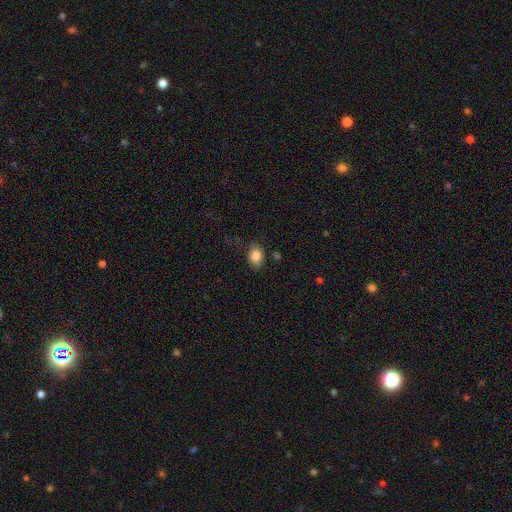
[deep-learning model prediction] This appears to be a smooth galaxy with no disk features (85%) that is in between round and cigar-shaped (60%). Merging: none (71%).